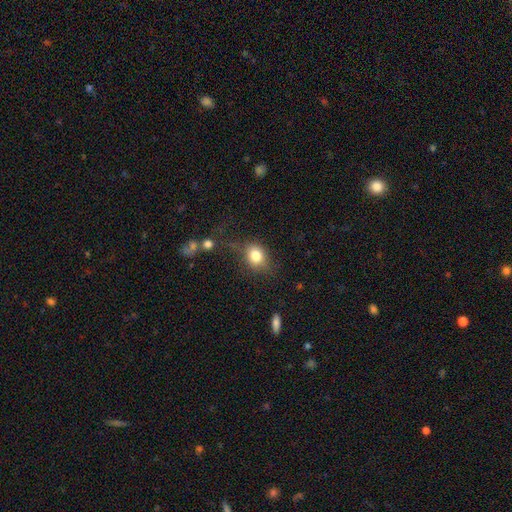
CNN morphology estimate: The model was most divided on "how rounded": round: 55%, in between: 44%, cigar-shaped: 1%. More confident: smooth or featured — smooth (79%); merging — none (60%).